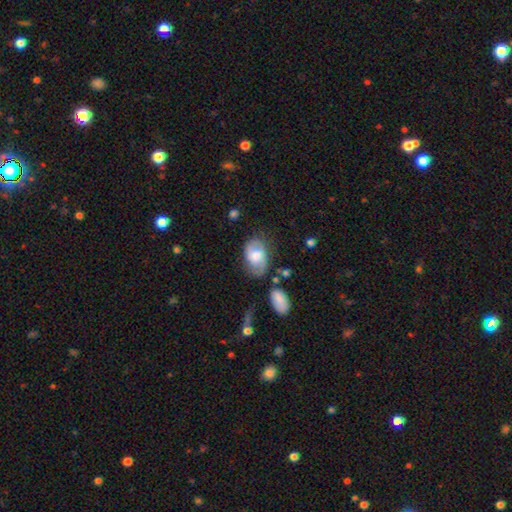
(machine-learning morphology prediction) Smooth or featured?
  - featured or disk: 52% *
  - smooth: 40%
  - star or artifact: 7%
Edge-on disk?
  - no: 96% *
  - yes: 4%
Merging?
  - none: 60% *
  - minor disturbance: 25%
  - major disturbance: 10%
  - merger: 5%